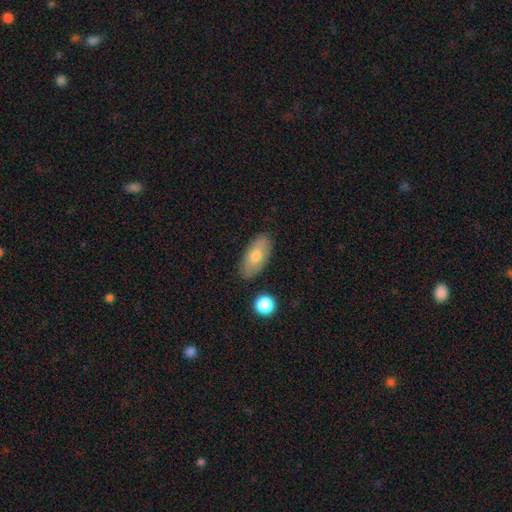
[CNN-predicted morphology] smooth 71%, featured or disk 22%, star or artifact 7%. Down the decision tree: how rounded — in between (89%); merging — none (84%).